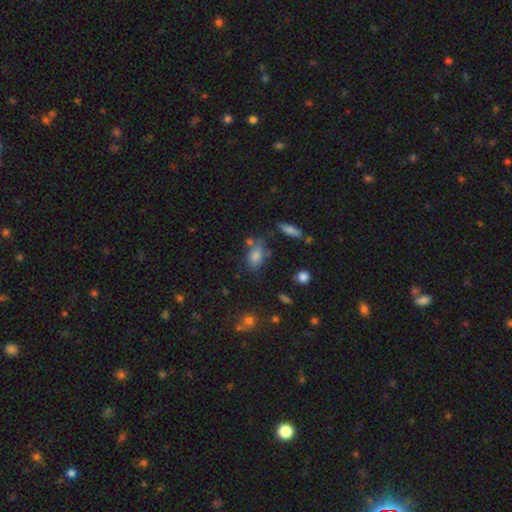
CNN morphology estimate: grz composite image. It shows a smooth galaxy with no disk features (77%) that is in between round and cigar-shaped (82%). Merging: none (59%).